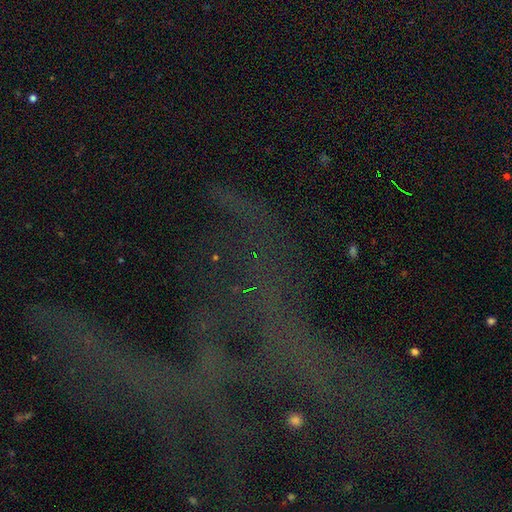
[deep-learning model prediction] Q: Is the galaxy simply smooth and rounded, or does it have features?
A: star or artifact — 71%.